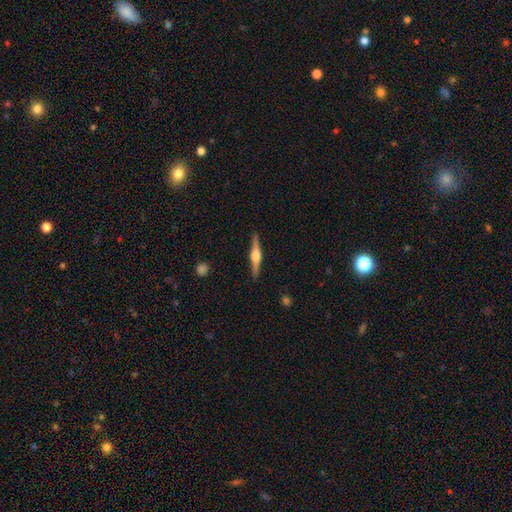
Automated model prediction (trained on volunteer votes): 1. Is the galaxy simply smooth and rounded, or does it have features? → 76% featured or disk, 19% smooth, 5% star or artifact.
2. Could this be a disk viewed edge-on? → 98% yes, 2% no.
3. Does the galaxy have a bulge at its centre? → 89% rounded, 8% boxy, 2% none.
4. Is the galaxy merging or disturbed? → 91% none, 7% minor disturbance, 2% major disturbance, 1% merger.